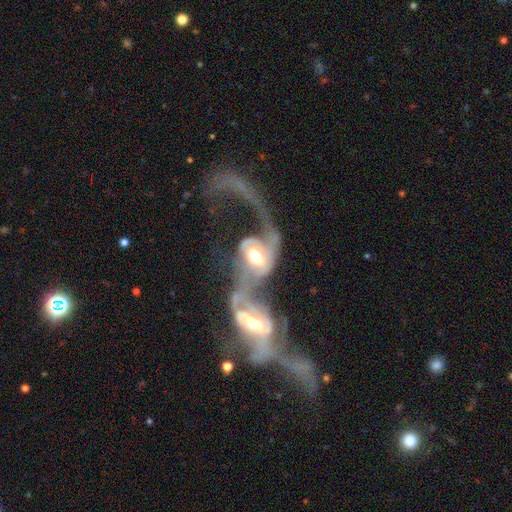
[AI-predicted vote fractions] Overall: featured or disk (75%). Edge-on disk: no (95%). Bar: no (58%; weak 27%). Spiral arms: yes (79%). Spiral arm count: 2 (61%). Spiral winding: loose (55%; medium 28%). Bulge size: moderate (53%; large 35%). Merging: merger (74%).